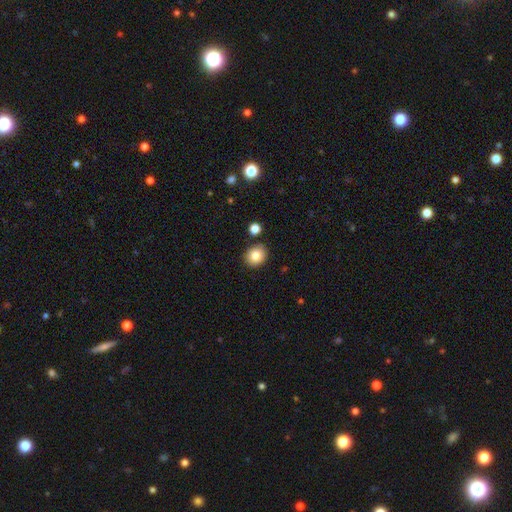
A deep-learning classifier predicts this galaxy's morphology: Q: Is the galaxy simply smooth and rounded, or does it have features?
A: smooth — 83%.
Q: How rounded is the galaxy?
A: round — 73%.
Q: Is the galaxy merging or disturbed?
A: none — 85%.